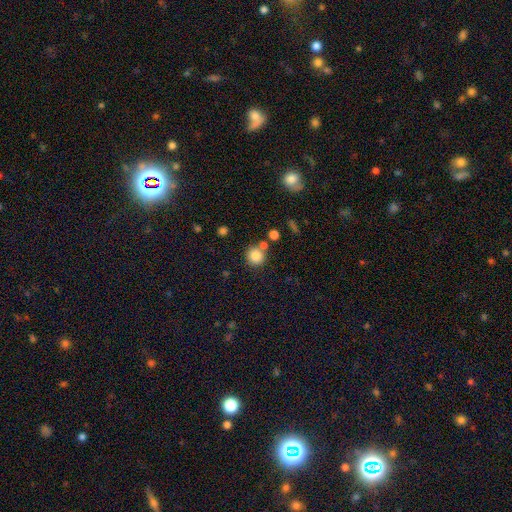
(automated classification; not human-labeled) smooth 84%, star or artifact 10%, featured or disk 6%. Down the decision tree: how rounded — round (90%); merging — none (71%).